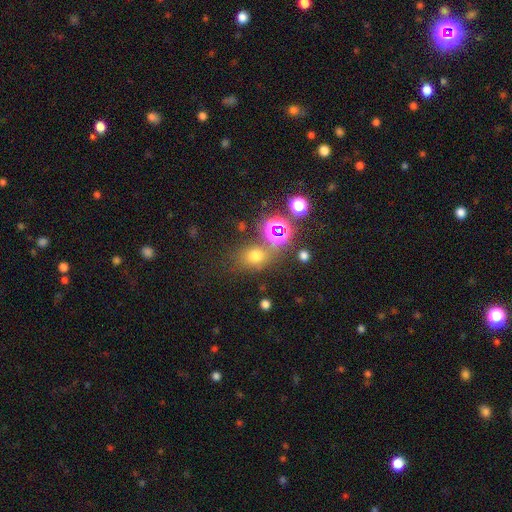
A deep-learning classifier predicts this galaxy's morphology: Smooth or featured? Predicted: smooth (p=0.63). How rounded? Predicted: round (p=0.60). Merging? Predicted: none (p=0.68).